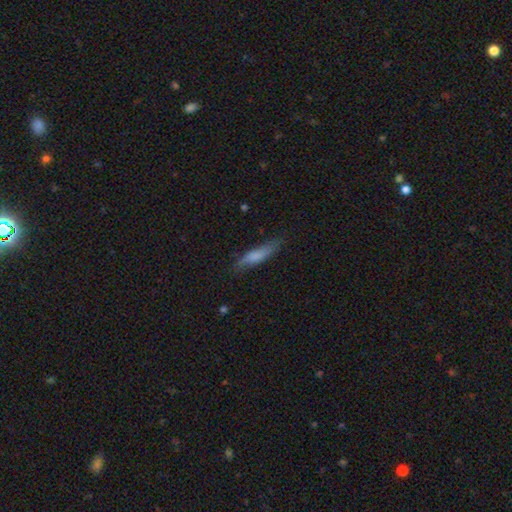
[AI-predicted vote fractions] The model was most divided on "smooth or featured": smooth: 70%, featured or disk: 24%, star or artifact: 6%. More confident: how rounded — cigar-shaped (80%); merging — none (75%).